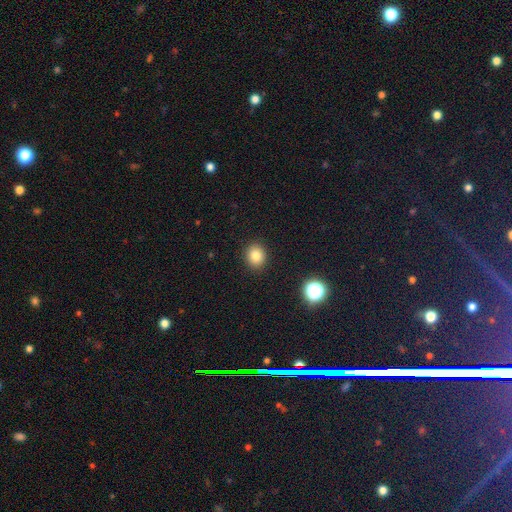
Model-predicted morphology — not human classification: Overall: smooth (81%). How rounded: round (73%). Merging: none (91%).